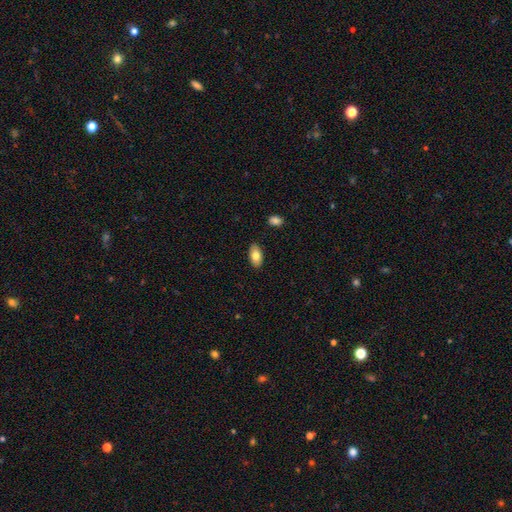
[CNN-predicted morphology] Overall: smooth (78%). How rounded: in between (93%). Merging: none (88%).